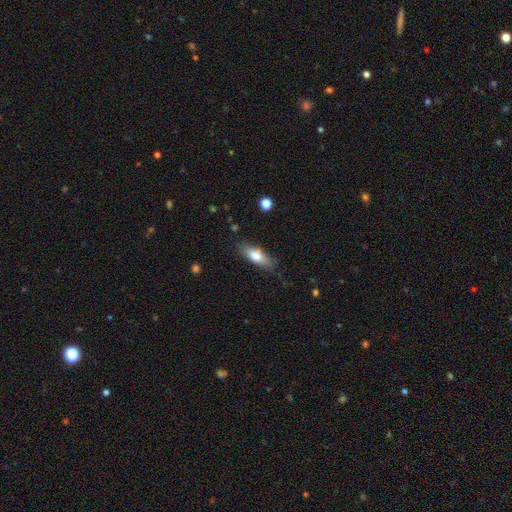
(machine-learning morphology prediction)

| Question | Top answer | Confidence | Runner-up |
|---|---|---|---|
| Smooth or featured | smooth | 73% | featured or disk (21%) |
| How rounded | in between | 60% | cigar-shaped (37%) |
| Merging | none | 80% | minor disturbance (15%) |